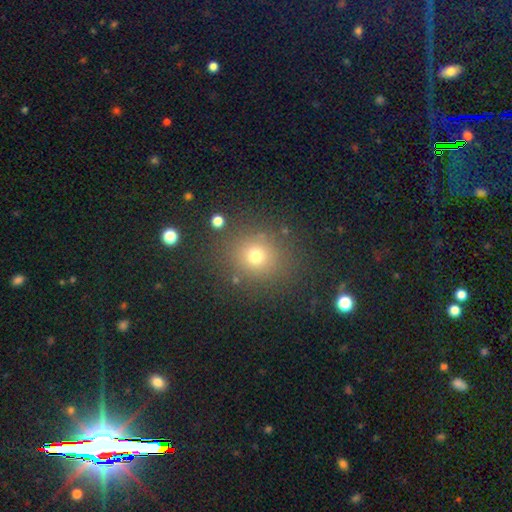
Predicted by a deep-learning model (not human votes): Morphology: type=smooth (72%); roundness=round (85%); merging=none (85%).